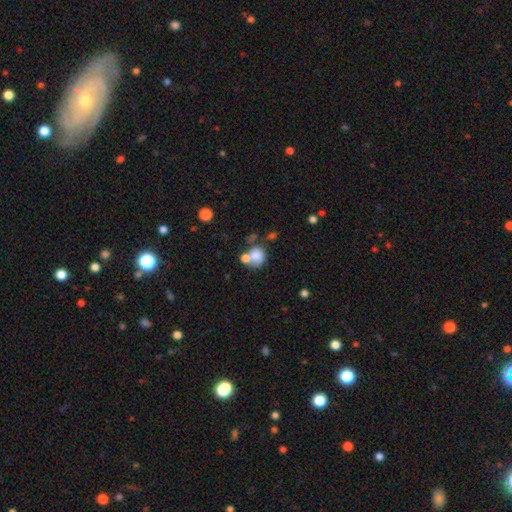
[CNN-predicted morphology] A smooth galaxy with no disk features (74%) that is round (71%). Merging: merger (44%).